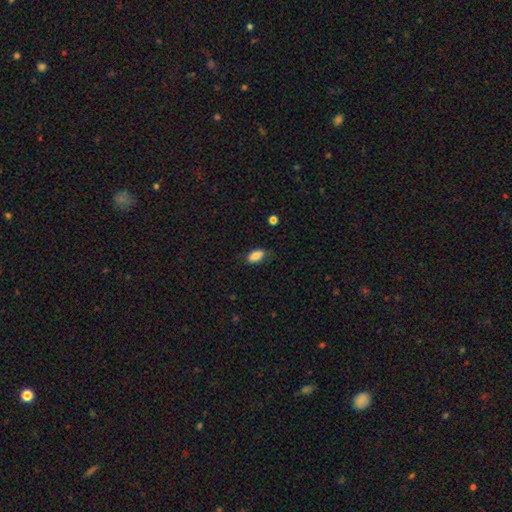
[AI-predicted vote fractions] Morphology: type=smooth (84%); roundness=in between (91%); merging=none (76%).